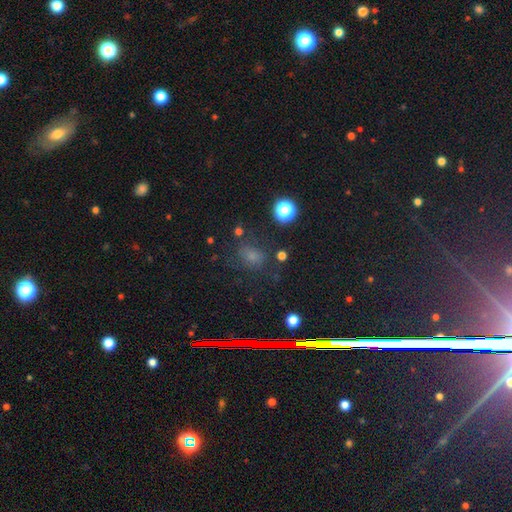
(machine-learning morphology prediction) Overall: star or artifact (45%; smooth 42%).